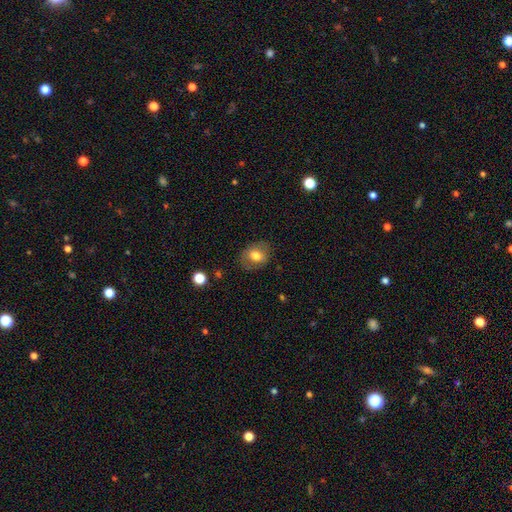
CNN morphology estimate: Smooth or featured? smooth (69%)
How rounded? in between (54%)
Merging? none (78%)